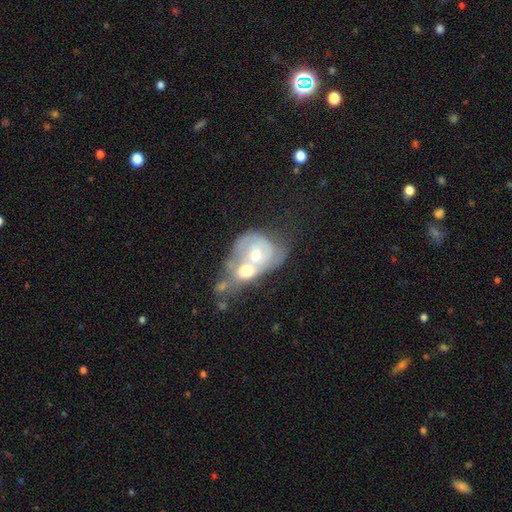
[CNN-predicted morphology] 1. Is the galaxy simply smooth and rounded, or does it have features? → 66% featured or disk, 27% smooth, 7% star or artifact.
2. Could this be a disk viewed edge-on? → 96% no, 4% yes.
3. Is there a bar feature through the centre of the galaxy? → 76% no, 19% weak, 5% strong.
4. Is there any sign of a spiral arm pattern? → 56% yes, 44% no.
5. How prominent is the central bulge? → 67% moderate, 20% small, 8% large, 3% none, 2% dominant.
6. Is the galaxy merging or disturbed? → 76% merger, 10% none, 8% major disturbance, 6% minor disturbance.